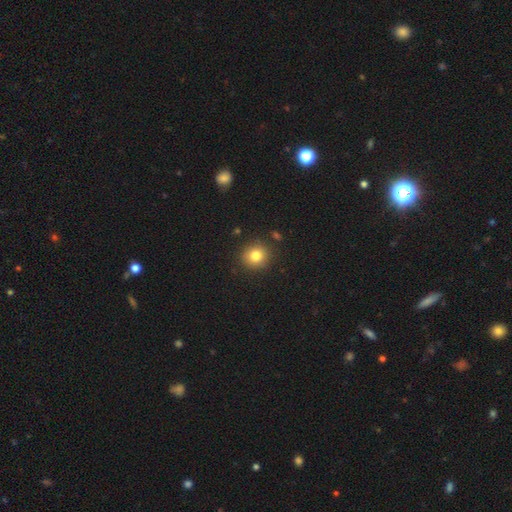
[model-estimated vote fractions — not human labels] smooth 82%, star or artifact 11%, featured or disk 7%. Down the decision tree: how rounded — round (86%); merging — none (88%).